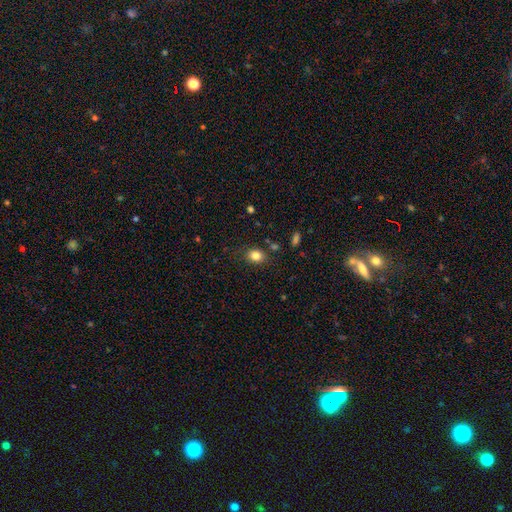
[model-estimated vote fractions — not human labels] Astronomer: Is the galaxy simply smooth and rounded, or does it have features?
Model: smooth — 83%.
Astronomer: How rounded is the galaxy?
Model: in between — 56% (runner-up: round, 43%).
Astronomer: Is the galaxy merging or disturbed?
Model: none — 79%.